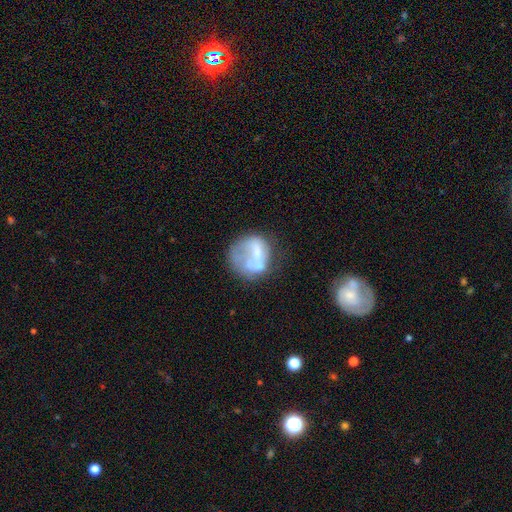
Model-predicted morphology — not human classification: smooth-or-featured: smooth: 49% | featured or disk: 42% | star or artifact: 10%
  merging: none: 39% | major disturbance: 29% | minor disturbance: 23% | merger: 9%